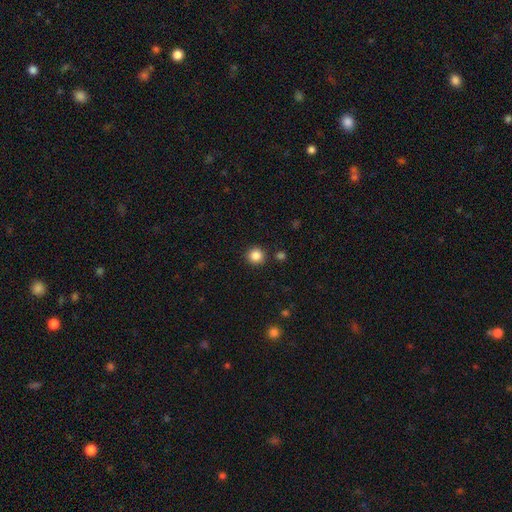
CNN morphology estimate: A smooth galaxy with no disk features (85%) that is round (93%).

Vote fractions:
- Smooth or featured? smooth: 85% / star or artifact: 11% / featured or disk: 4%
- How rounded? round: 93% / in between: 6% / cigar-shaped: 1%
- Merging? none: 89% / minor disturbance: 6% / merger: 3% / major disturbance: 2%